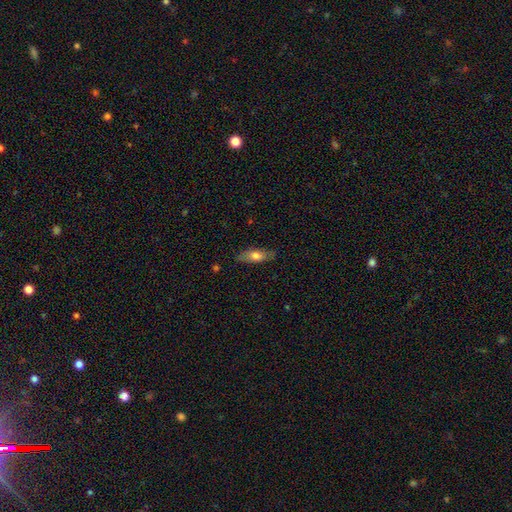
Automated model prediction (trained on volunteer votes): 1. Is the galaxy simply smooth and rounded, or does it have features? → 65% smooth, 28% featured or disk, 6% star or artifact.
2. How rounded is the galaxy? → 61% in between, 36% cigar-shaped, 3% round.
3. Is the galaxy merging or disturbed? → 81% none, 15% minor disturbance, 3% major disturbance, 1% merger.